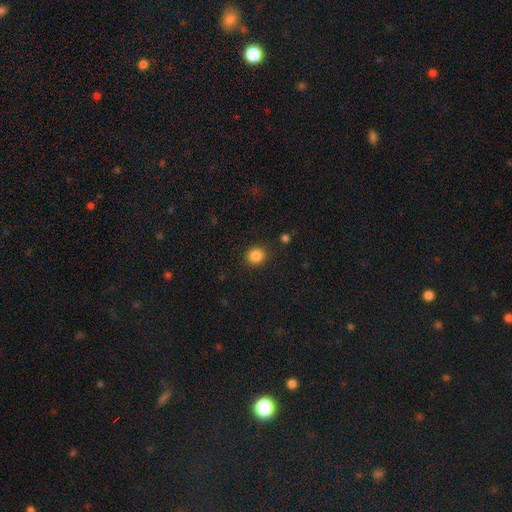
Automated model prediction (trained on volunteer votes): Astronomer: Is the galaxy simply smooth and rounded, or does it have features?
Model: smooth — 85%.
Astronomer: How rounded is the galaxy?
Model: round — 86%.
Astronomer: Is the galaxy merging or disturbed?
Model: none — 90%.